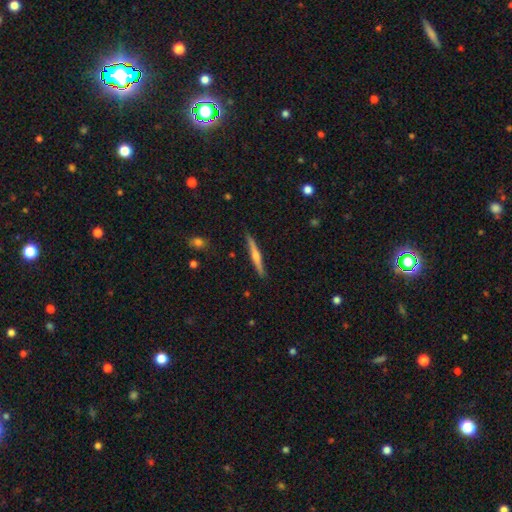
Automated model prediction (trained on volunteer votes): Overall: featured or disk (67%). Edge-on disk: yes (98%). Edge-on bulge: rounded (84%). Merging: none (90%).